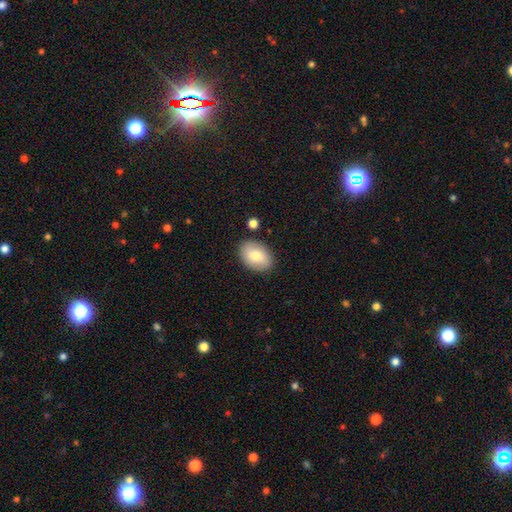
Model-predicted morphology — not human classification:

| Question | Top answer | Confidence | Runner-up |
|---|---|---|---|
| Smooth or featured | smooth | 77% | featured or disk (17%) |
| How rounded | in between | 84% | round (14%) |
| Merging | none | 85% | minor disturbance (10%) |